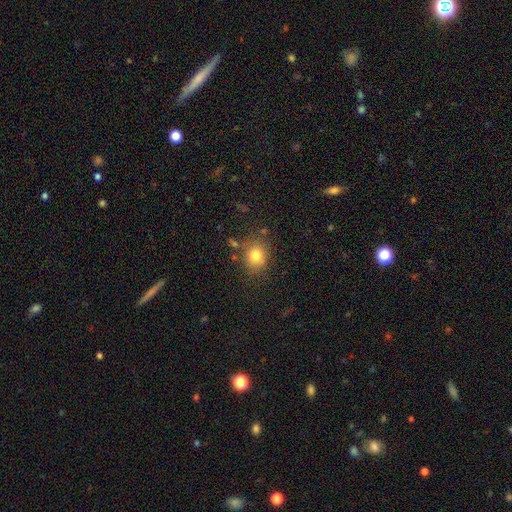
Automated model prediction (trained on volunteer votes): smooth-or-featured: smooth: 80% | star or artifact: 12% | featured or disk: 8%
  how-rounded: round: 70% | in between: 29% | cigar-shaped: 1%
  merging: none: 78% | minor disturbance: 13% | merger: 5% | major disturbance: 4%